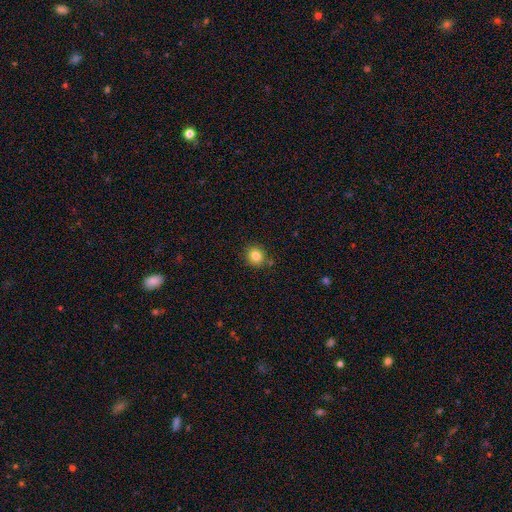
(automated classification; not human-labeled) Overall: smooth (83%). How rounded: round (87%). Merging: none (85%).